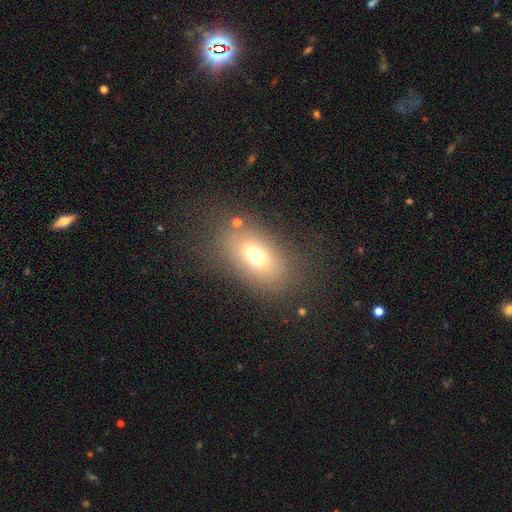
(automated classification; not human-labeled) smooth 67%, featured or disk 17%, star or artifact 15%. Down the decision tree: how rounded — in between (77%); merging — none (75%).